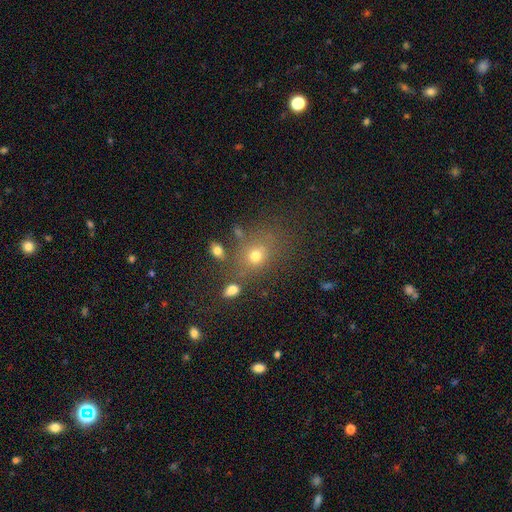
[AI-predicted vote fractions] smooth_or_featured: smooth (p=0.69) [alt: star or artifact p=0.18]
how_rounded: round (p=0.55) [alt: in between p=0.44]
merging: none (p=0.63) [alt: minor disturbance p=0.16]